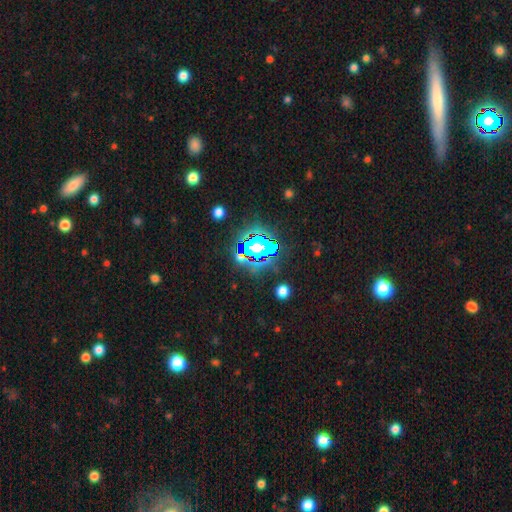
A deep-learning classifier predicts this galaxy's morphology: A star or artifact, not a galaxy (78%).